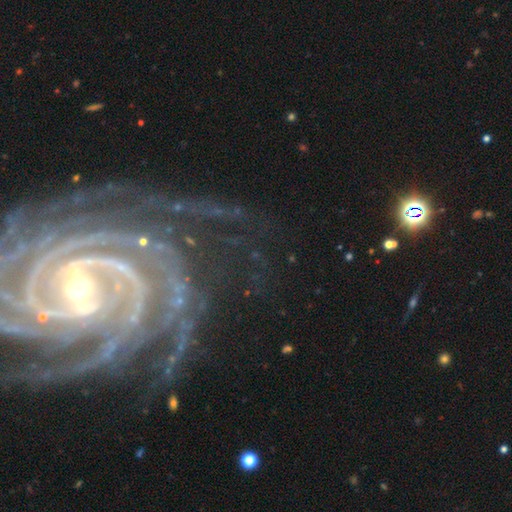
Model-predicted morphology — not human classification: This is clearly a featured or disk galaxy (89%). It is clearly not viewed edge-on (97%). Bar: marginally no (39%). Spiral arm pattern: clearly yes (97%). Spiral arm count: marginally can't tell (20%). Spiral winding: likely tight (75%). Central bulge: possibly small (57%). Merging: likely none (63%).